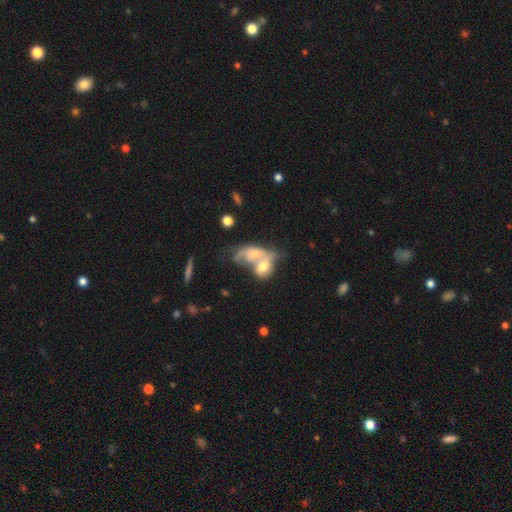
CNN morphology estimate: smooth 47%, featured or disk 43%, star or artifact 10%. Down the decision tree: merging — merger (71%).